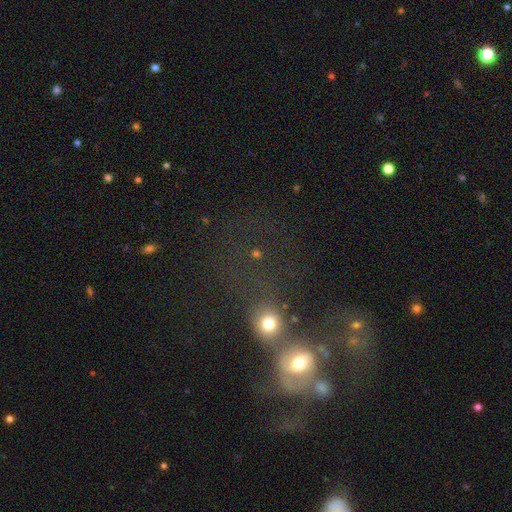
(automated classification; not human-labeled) This is possibly a smooth galaxy (47%). Merging: possibly merger (48%).